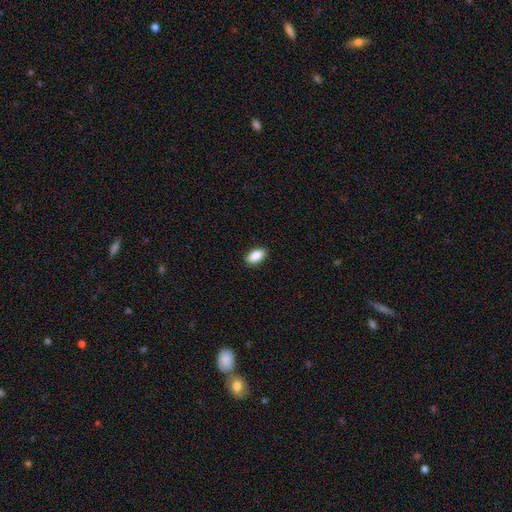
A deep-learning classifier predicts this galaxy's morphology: Q: Smooth or featured?
A: smooth (90%); runner-up: star or artifact (7%)
Q: How rounded?
A: in between (93%); runner-up: cigar-shaped (4%)
Q: Merging?
A: none (89%); runner-up: minor disturbance (8%)